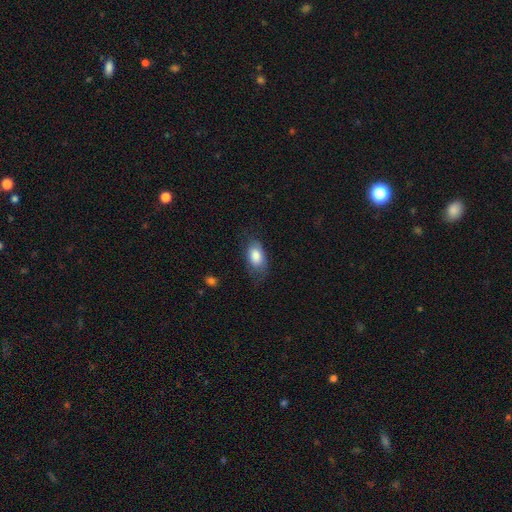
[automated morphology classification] Overall: smooth (81%). How rounded: in between (91%). Merging: none (60%; minor disturbance 26%).